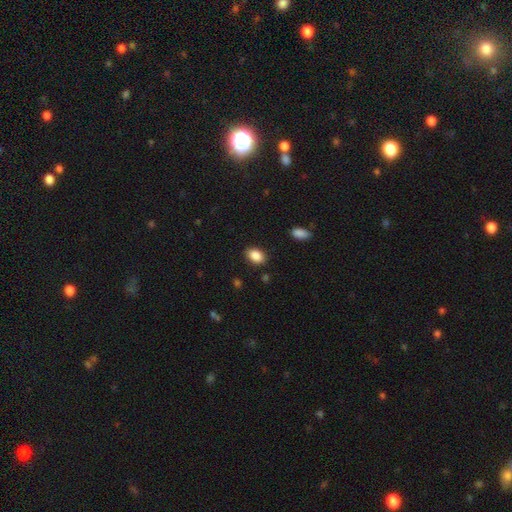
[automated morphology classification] smooth-or-featured: smooth: 88% | star or artifact: 8% | featured or disk: 4%
  how-rounded: in between: 84% | round: 15% | cigar-shaped: 1%
  merging: none: 87% | minor disturbance: 9% | major disturbance: 2% | merger: 1%